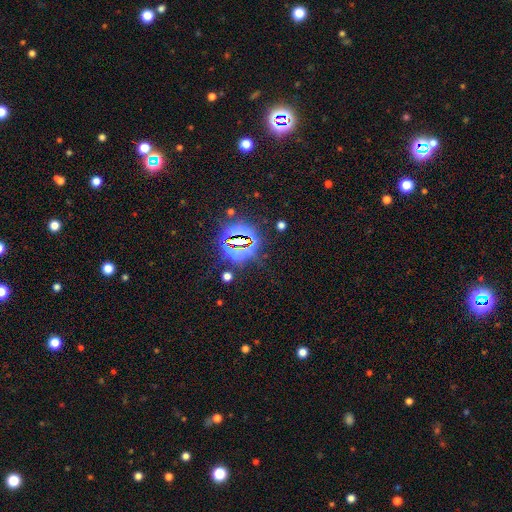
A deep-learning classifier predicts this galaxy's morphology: Smooth or featured: star or artifact — 82% (smooth — 11%)